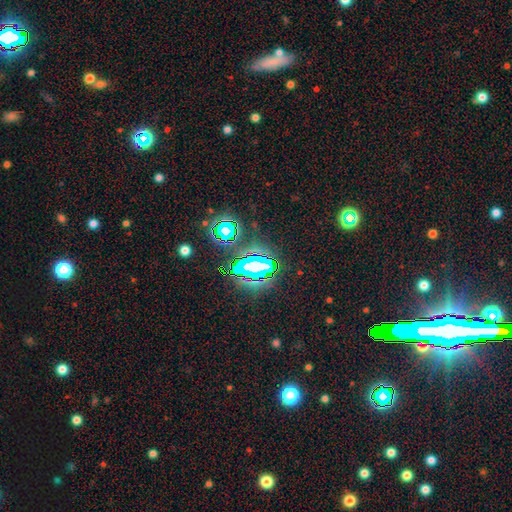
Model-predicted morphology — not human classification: smooth_or_featured: star or artifact (p=0.79) [alt: smooth p=0.11]